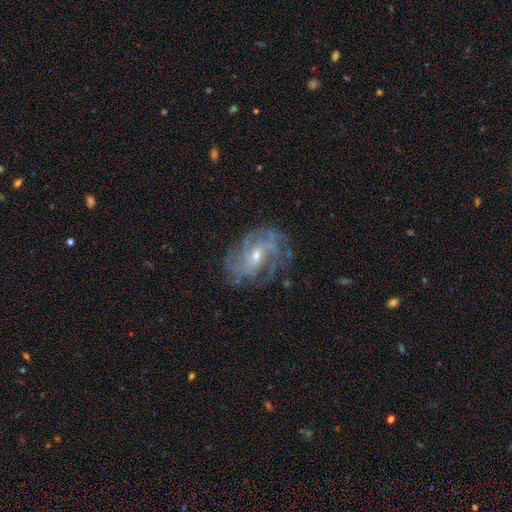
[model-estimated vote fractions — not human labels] Smooth or featured?
  - featured or disk: 85% *
  - star or artifact: 8%
  - smooth: 7%
Edge-on disk?
  - no: 97% *
  - yes: 3%
Bar?
  - no: 45% *
  - weak: 43%
  - strong: 11%
Spiral arms?
  - yes: 95% *
  - no: 5%
Spiral winding?
  - tight: 43% *
  - medium: 42%
  - loose: 15%
Spiral arm count?
  - can't tell: 28% *
  - 4: 22%
  - 3: 18%
  - 2: 17%
  - more than 4: 9%
  - 1: 7%
Bulge size?
  - small: 56% *
  - moderate: 40%
  - none: 2%
  - large: 2%
  - dominant: 1%
Merging?
  - none: 73% *
  - minor disturbance: 16%
  - major disturbance: 9%
  - merger: 1%